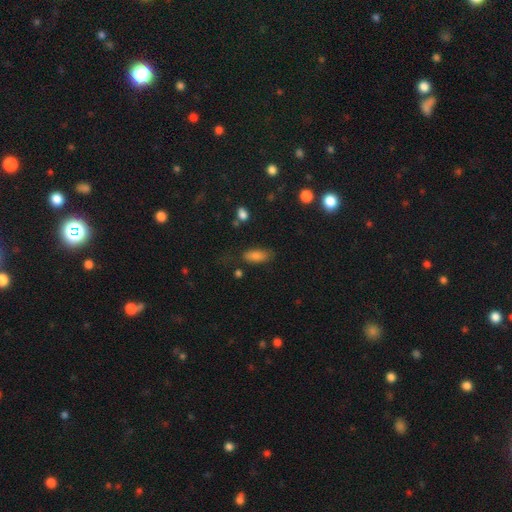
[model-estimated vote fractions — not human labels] Smooth or featured? smooth (81%)
How rounded? in between (79%)
Merging? none (72%)